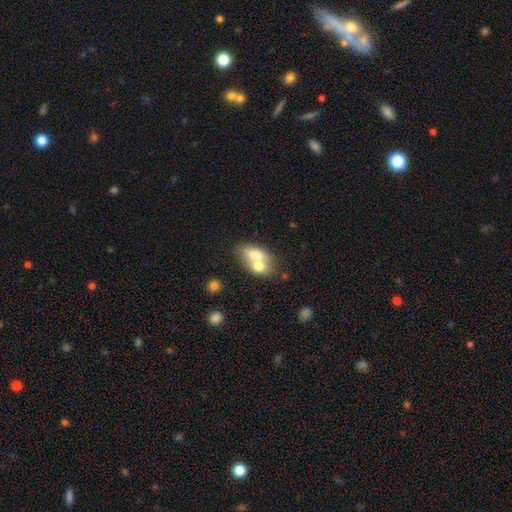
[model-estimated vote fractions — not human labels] A smooth galaxy with no disk features (68%) that is in between round and cigar-shaped (80%).

Vote fractions:
- Smooth or featured? smooth: 68% / featured or disk: 24% / star or artifact: 8%
- How rounded? in between: 80% / round: 17% / cigar-shaped: 3%
- Merging? merger: 67% / none: 22% / minor disturbance: 7% / major disturbance: 4%